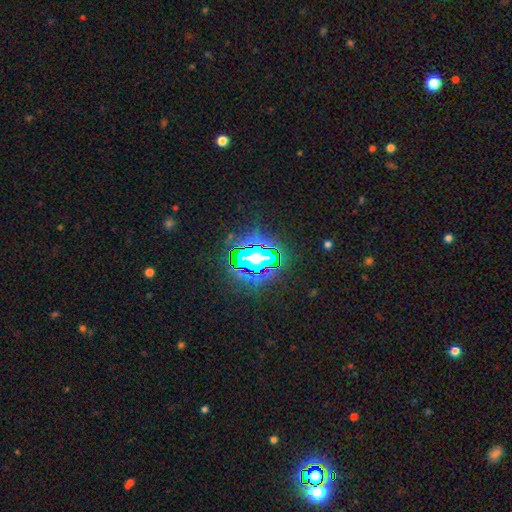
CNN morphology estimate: This is likely a star or artifact rather than a galaxy (78%).